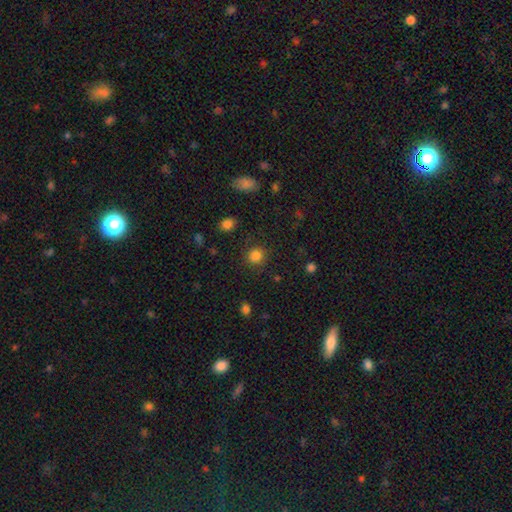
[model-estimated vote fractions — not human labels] A smooth galaxy with no disk features (83%) that is round (88%).

Vote fractions:
- Smooth or featured? smooth: 83% / star or artifact: 13% / featured or disk: 5%
- How rounded? round: 88% / in between: 11% / cigar-shaped: 1%
- Merging? none: 86% / minor disturbance: 9% / major disturbance: 4% / merger: 2%